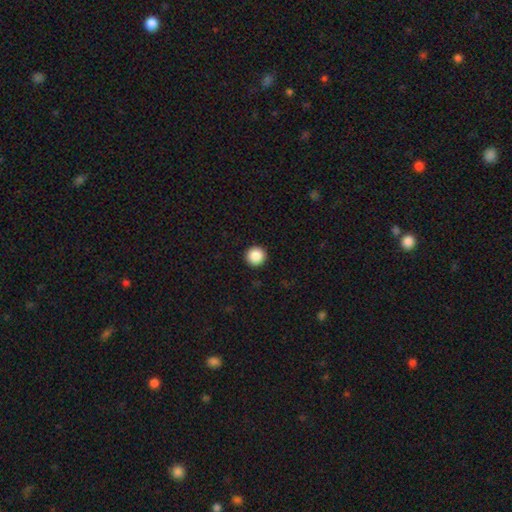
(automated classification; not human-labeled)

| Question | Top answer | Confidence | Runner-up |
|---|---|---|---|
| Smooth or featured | smooth | 87% | star or artifact (9%) |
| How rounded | round | 96% | in between (3%) |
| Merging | none | 94% | minor disturbance (4%) |